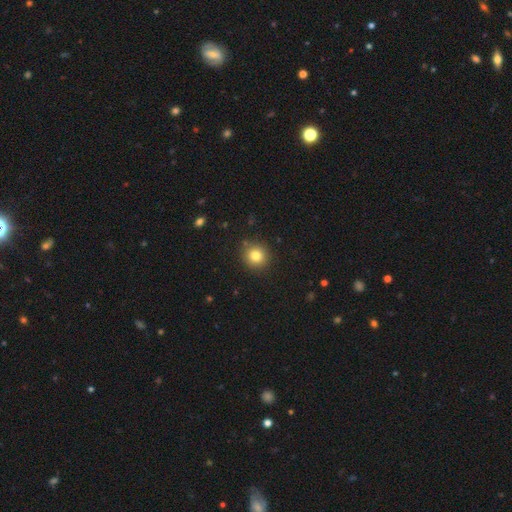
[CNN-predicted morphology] This appears to be a smooth galaxy with no disk features (81%) that is round (90%). Merging: none (88%).